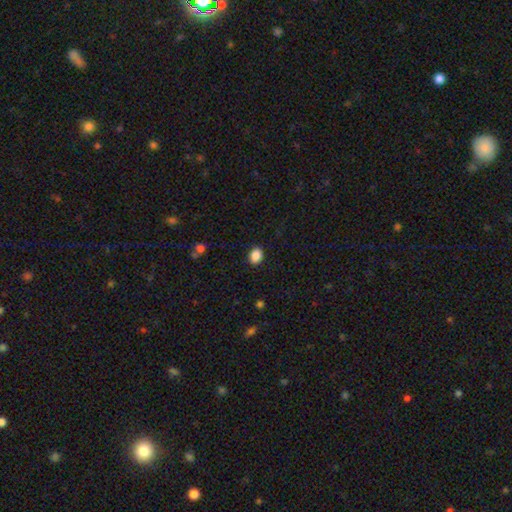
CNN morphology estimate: The model was most divided on "how rounded": in between: 56%, round: 43%, cigar-shaped: 1%. More confident: merging — none (89%); smooth or featured — smooth (88%).